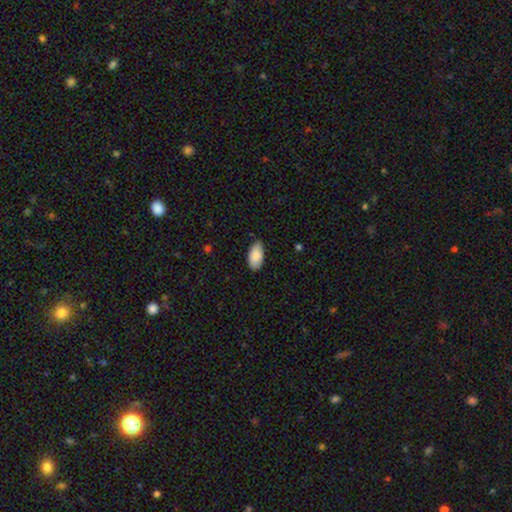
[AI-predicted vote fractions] This is clearly a smooth galaxy (89%). How rounded: clearly in between (95%). Merging: clearly none (81%).